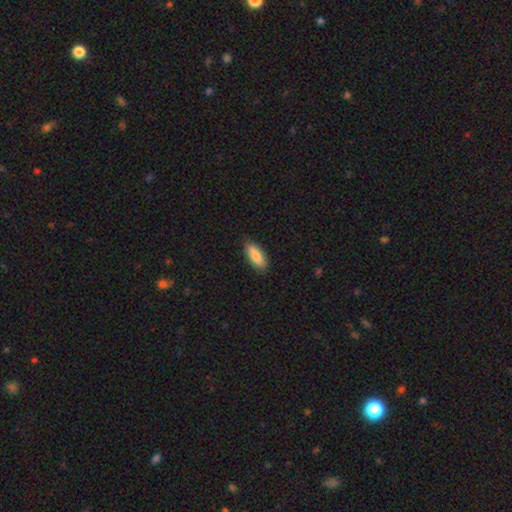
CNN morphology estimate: Smooth or featured: smooth — 84% (featured or disk — 10%)
How rounded: in between — 72% (cigar-shaped — 26%)
Merging: none — 85% (minor disturbance — 12%)